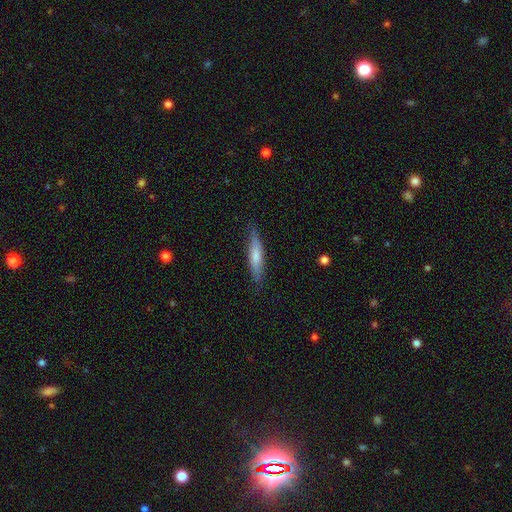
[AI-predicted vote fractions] smooth-or-featured: smooth: 68% | featured or disk: 26% | star or artifact: 6%
  how-rounded: cigar-shaped: 82% | in between: 16% | round: 1%
  merging: none: 82% | minor disturbance: 14% | major disturbance: 3% | merger: 1%